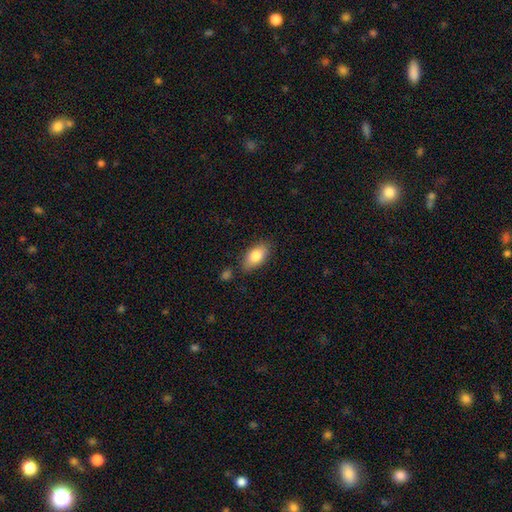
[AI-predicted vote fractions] Q: Smooth or featured?
A: smooth (81%); runner-up: featured or disk (12%)
Q: How rounded?
A: in between (90%); runner-up: round (5%)
Q: Merging?
A: none (78%); runner-up: minor disturbance (15%)